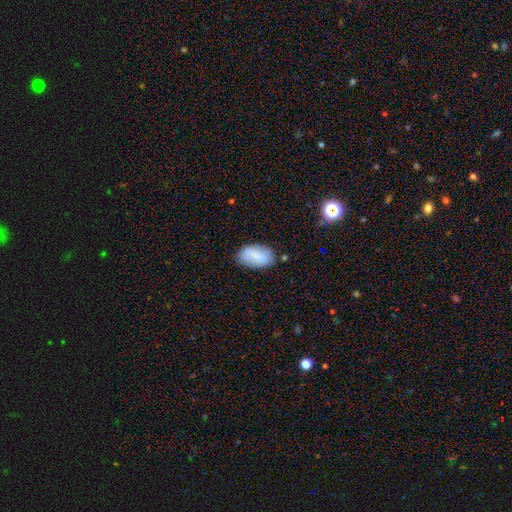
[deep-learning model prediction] Smooth or featured? Predicted: smooth (p=0.78). How rounded? Predicted: in between (p=0.94). Merging? Predicted: none (p=0.74).